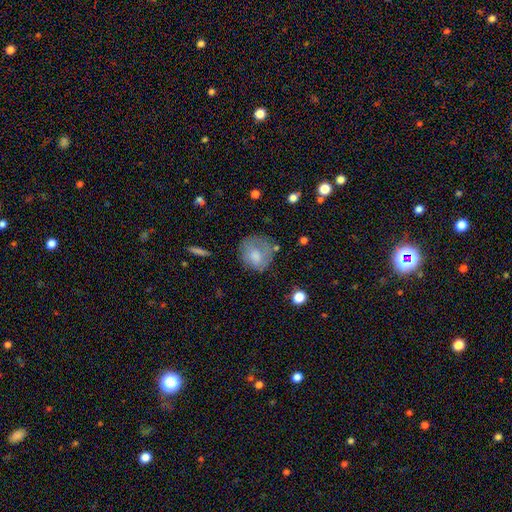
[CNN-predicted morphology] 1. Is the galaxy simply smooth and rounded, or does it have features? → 70% smooth, 22% featured or disk, 8% star or artifact.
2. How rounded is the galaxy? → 73% round, 26% in between, 1% cigar-shaped.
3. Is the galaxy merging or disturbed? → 56% none, 26% minor disturbance, 15% major disturbance, 3% merger.